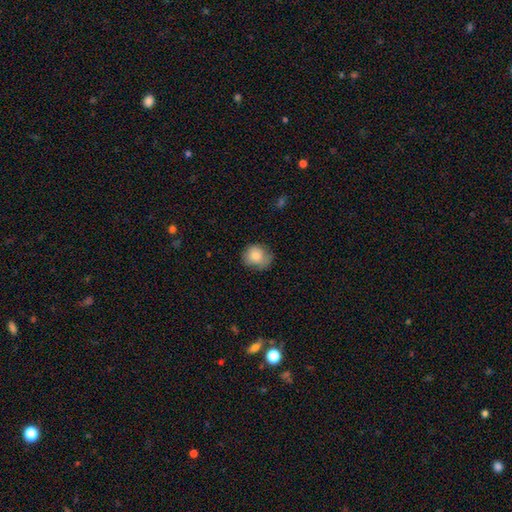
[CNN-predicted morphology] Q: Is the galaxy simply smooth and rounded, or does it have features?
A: smooth — 83%.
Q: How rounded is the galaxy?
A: round — 74%.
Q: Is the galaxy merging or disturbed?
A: none — 61%.